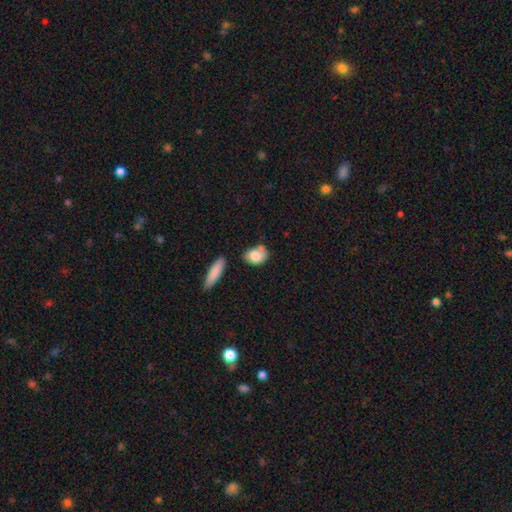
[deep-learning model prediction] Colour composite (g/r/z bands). It shows a smooth galaxy with no disk features (82%) that is in between round and cigar-shaped (74%). Merging: none (49%).